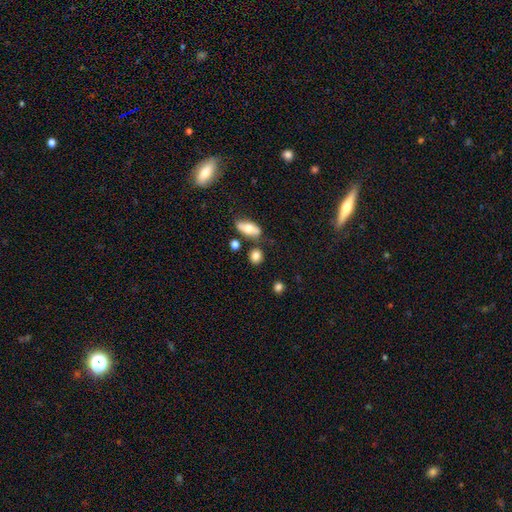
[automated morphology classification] This appears to be a smooth galaxy with no disk features (81%) that is round (67%). Merging: none (74%).